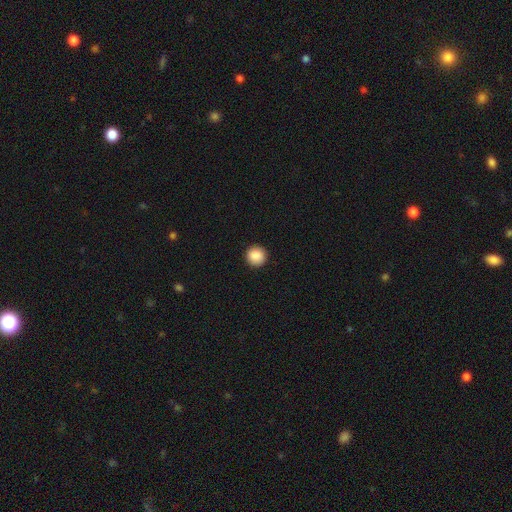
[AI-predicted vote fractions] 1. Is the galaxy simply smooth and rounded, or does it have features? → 89% smooth, 8% star or artifact, 3% featured or disk.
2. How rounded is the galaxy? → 95% round, 4% in between, 1% cigar-shaped.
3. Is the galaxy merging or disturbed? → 93% none, 5% minor disturbance, 2% major disturbance, 1% merger.